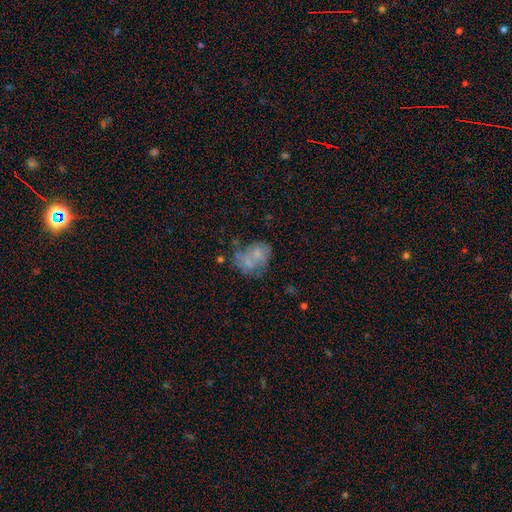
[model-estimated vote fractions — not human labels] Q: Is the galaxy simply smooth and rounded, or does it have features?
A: smooth — 46%.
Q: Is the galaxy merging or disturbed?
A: none — 33%.